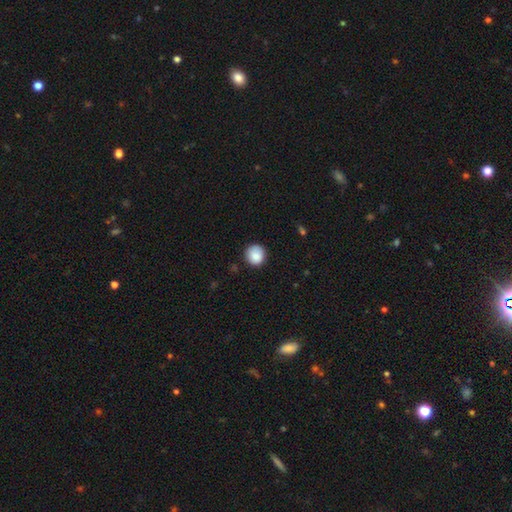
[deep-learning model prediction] smooth_or_featured: smooth (p=0.86) [alt: star or artifact p=0.08]
how_rounded: round (p=0.91) [alt: in between p=0.08]
merging: none (p=0.85) [alt: minor disturbance p=0.12]